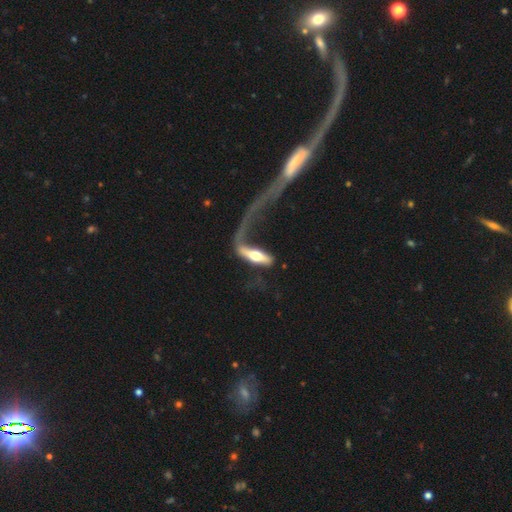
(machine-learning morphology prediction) smooth_or_featured: featured or disk (p=0.59) [alt: smooth p=0.35]
disk_edge_on: yes (p=0.55) [alt: no p=0.45]
merging: major disturbance (p=0.57) [alt: none p=0.20]